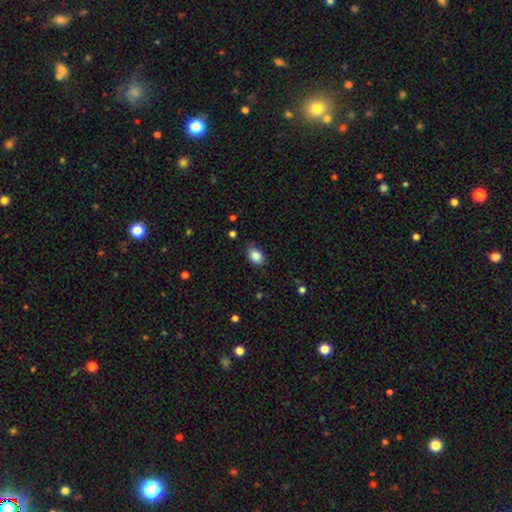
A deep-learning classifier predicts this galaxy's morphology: Smooth or featured? smooth (87%)
How rounded? in between (77%)
Merging? none (73%)